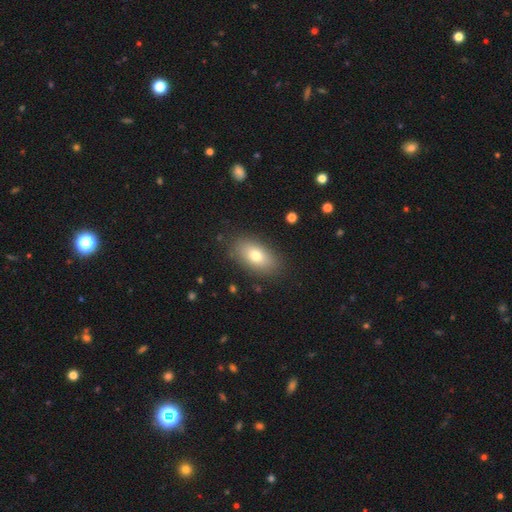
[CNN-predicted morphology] Overall: smooth (75%). How rounded: in between (90%). Merging: none (84%).